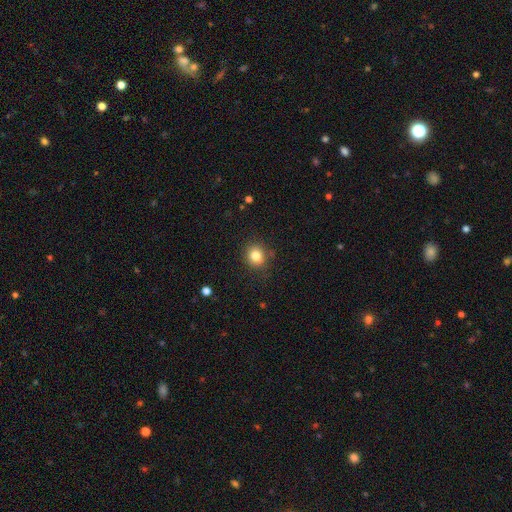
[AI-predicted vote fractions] A smooth galaxy with no disk features (82%) that is round (83%). Merging: none (86%).